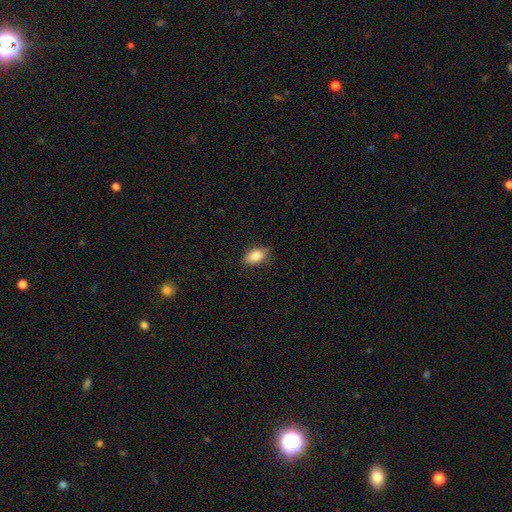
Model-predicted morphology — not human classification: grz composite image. It shows a smooth galaxy with no disk features (85%) that is in between round and cigar-shaped (89%). Merging: none (80%).